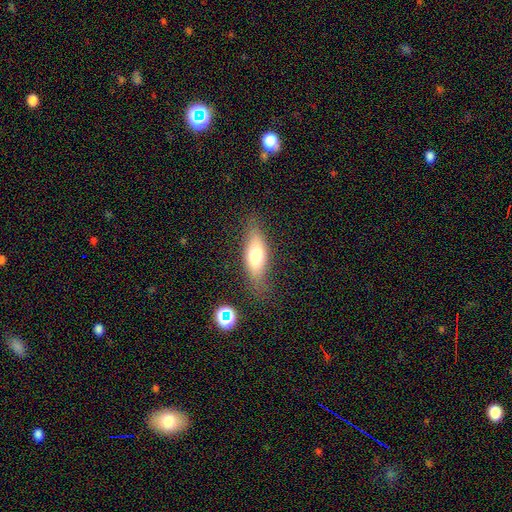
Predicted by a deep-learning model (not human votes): smooth 66%, featured or disk 26%, star or artifact 8%. Down the decision tree: how rounded — in between (64%); merging — none (74%).